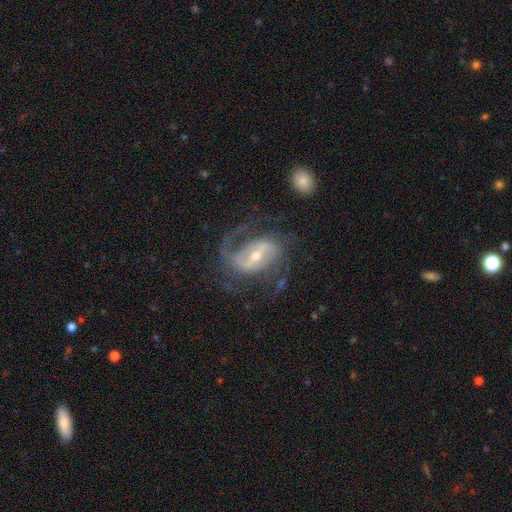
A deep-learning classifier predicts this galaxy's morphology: Q: Smooth or featured?
A: featured or disk (89%); runner-up: smooth (6%)
Q: Edge-on disk?
A: no (96%); runner-up: yes (4%)
Q: Bar?
A: strong (51%); runner-up: weak (37%)
Q: Spiral arms?
A: yes (96%); runner-up: no (4%)
Q: Spiral winding?
A: medium (50%); runner-up: loose (33%)
Q: Spiral arm count?
A: 2 (76%); runner-up: 1 (7%)
Q: Bulge size?
A: moderate (49%); runner-up: small (46%)
Q: Merging?
A: none (62%); runner-up: major disturbance (20%)